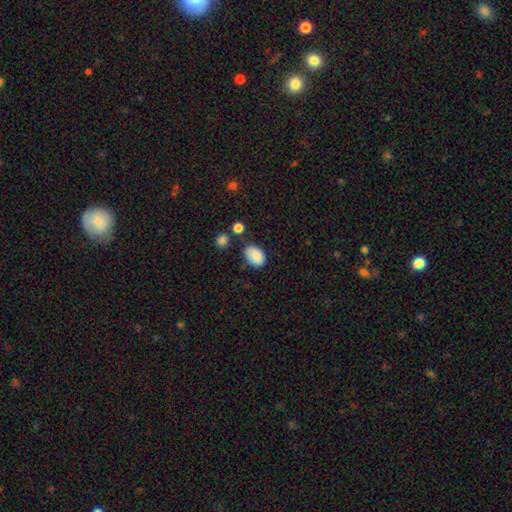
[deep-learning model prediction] Overall: smooth (85%). How rounded: in between (83%). Merging: none (67%).